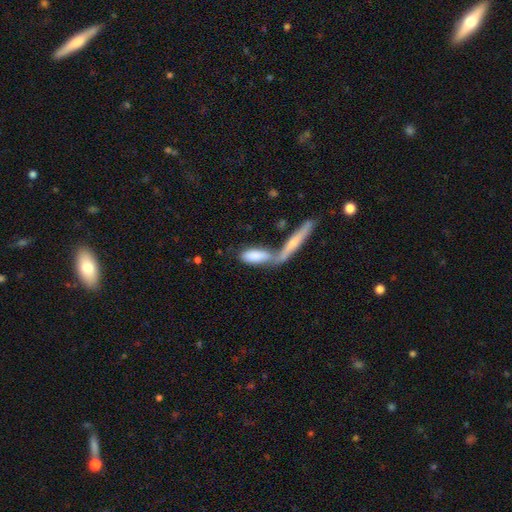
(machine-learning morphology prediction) This is likely a smooth galaxy (78%). How rounded: possibly in between (60%). Merging: possibly merger (53%).